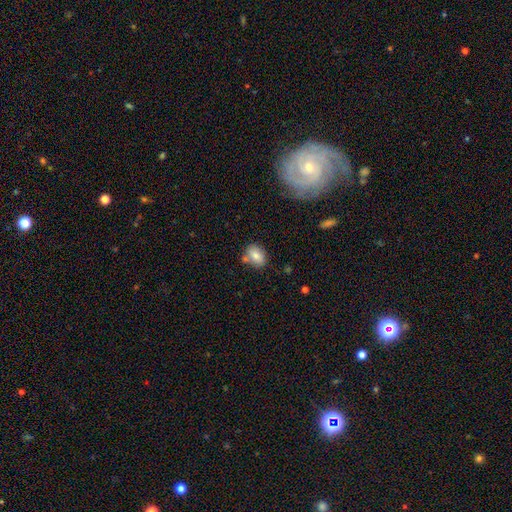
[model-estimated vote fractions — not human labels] A smooth galaxy with no disk features (79%) that is in between round and cigar-shaped (65%).

Vote fractions:
- Smooth or featured? smooth: 79% / featured or disk: 12% / star or artifact: 9%
- How rounded? in between: 65% / round: 34% / cigar-shaped: 1%
- Merging? none: 66% / minor disturbance: 17% / merger: 13% / major disturbance: 4%